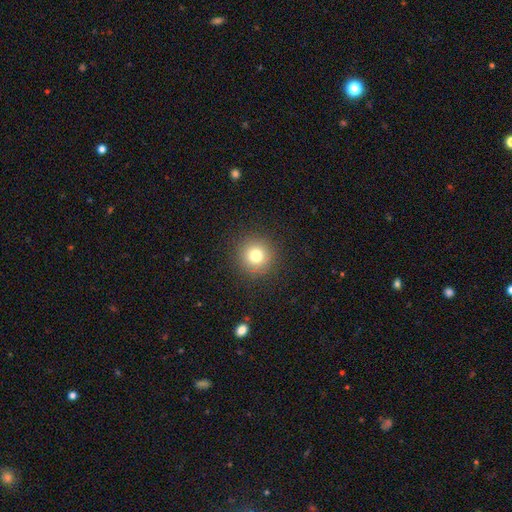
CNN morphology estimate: Smooth or featured: smooth — 77% (star or artifact — 14%)
How rounded: round — 95% (in between — 4%)
Merging: none — 91% (minor disturbance — 6%)